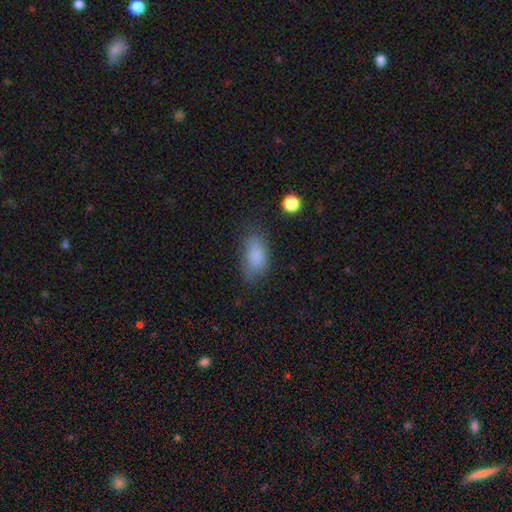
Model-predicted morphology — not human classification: smooth_or_featured: smooth (p=0.84) [alt: star or artifact p=0.09]
how_rounded: in between (p=0.90) [alt: round p=0.06]
merging: none (p=0.68) [alt: minor disturbance p=0.22]